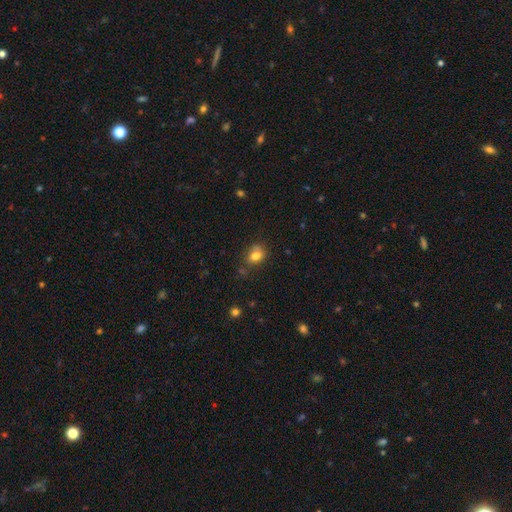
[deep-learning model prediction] Smooth or featured? smooth (79%)
How rounded? in between (57%)
Merging? none (61%)